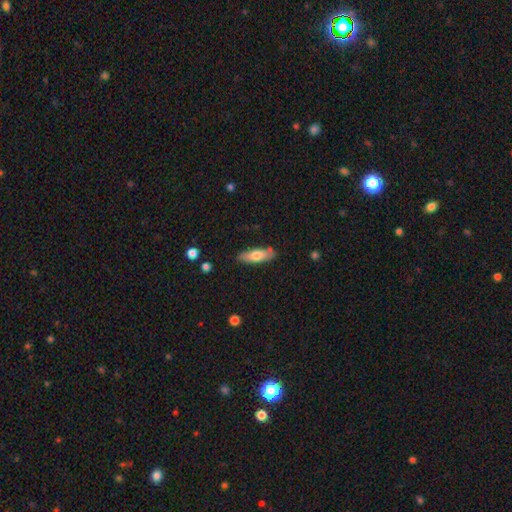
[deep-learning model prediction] A smooth galaxy with no disk features (69%) that is in between round and cigar-shaped (52%). Merging: none (82%).